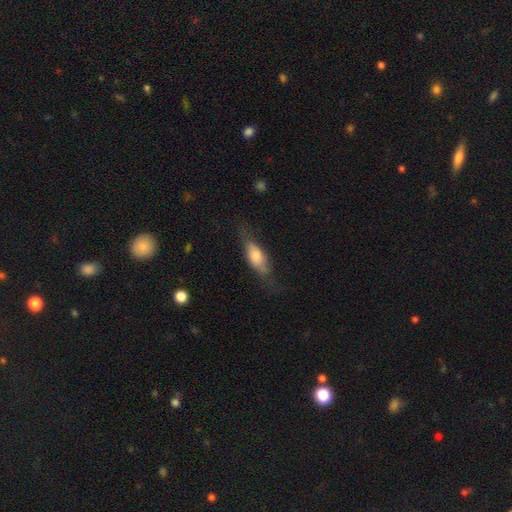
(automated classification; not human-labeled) Smooth or featured? smooth (61%)
How rounded? in between (69%)
Merging? none (59%)